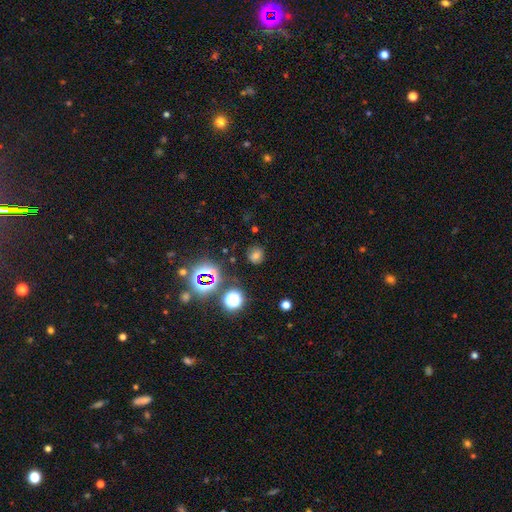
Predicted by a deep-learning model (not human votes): smooth 59%, star or artifact 31%, featured or disk 10%. Down the decision tree: how rounded — round (82%); merging — none (82%).